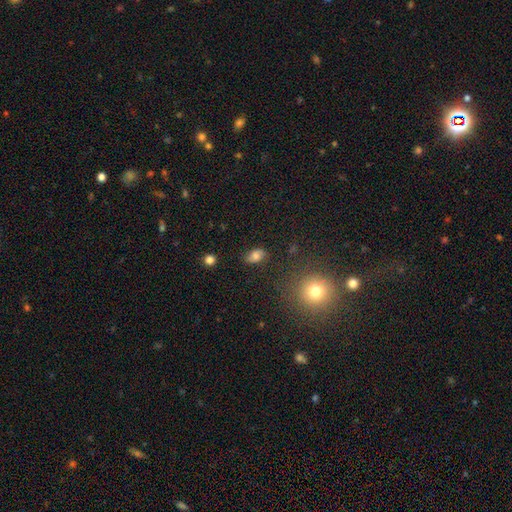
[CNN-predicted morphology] This is likely a smooth galaxy (72%). How rounded: clearly in between (83%). Merging: likely none (77%).